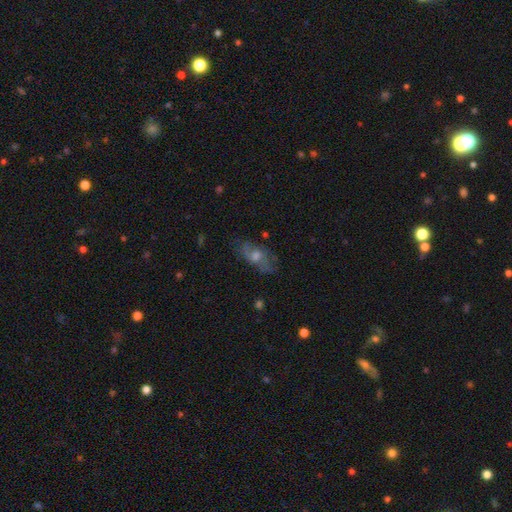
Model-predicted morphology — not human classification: A featured or disk galaxy (56%).

Vote fractions:
- Smooth or featured? featured or disk: 56% / smooth: 32% / star or artifact: 12%
- Edge-on disk? no: 85% / yes: 15%
- Merging? none: 71% / minor disturbance: 19% / major disturbance: 9% / merger: 2%